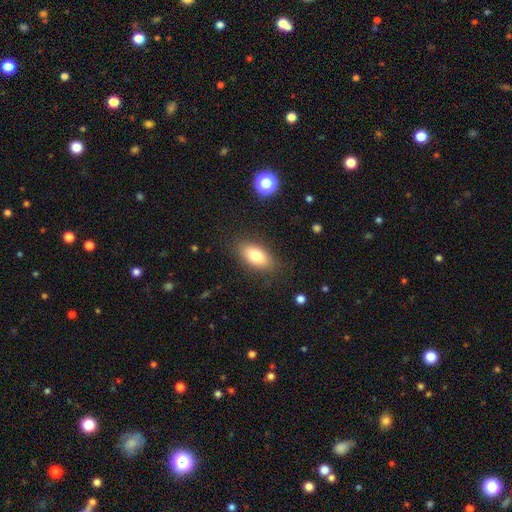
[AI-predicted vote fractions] smooth 79%, featured or disk 13%, star or artifact 8%. Down the decision tree: how rounded — in between (89%); merging — none (84%).